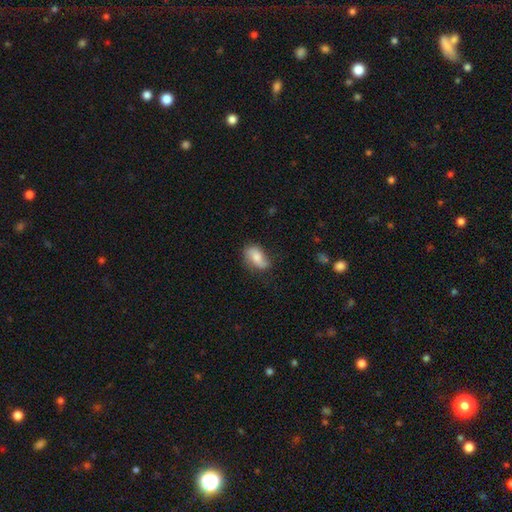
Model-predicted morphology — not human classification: Smooth or featured? Predicted: smooth (p=0.55). How rounded? Predicted: in between (p=0.88). Merging? Predicted: none (p=0.61).